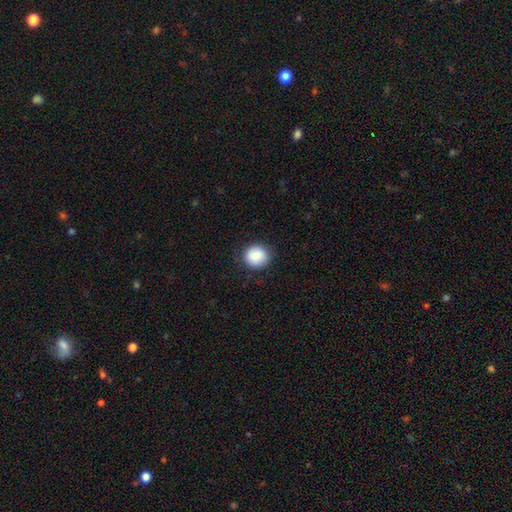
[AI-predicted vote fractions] Overall: smooth (87%). How rounded: round (89%). Merging: none (87%).